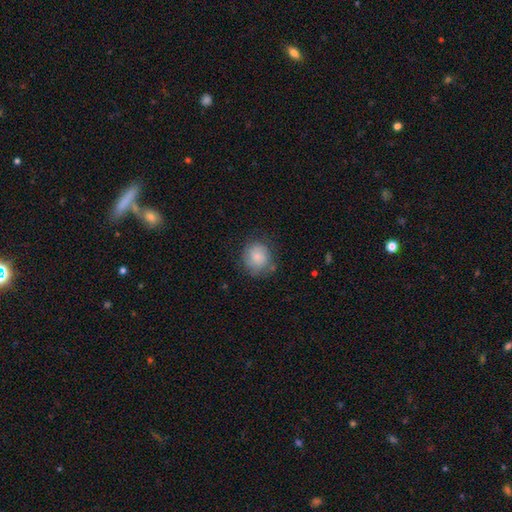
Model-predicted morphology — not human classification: Overall: smooth (78%). How rounded: round (83%). Merging: none (70%).